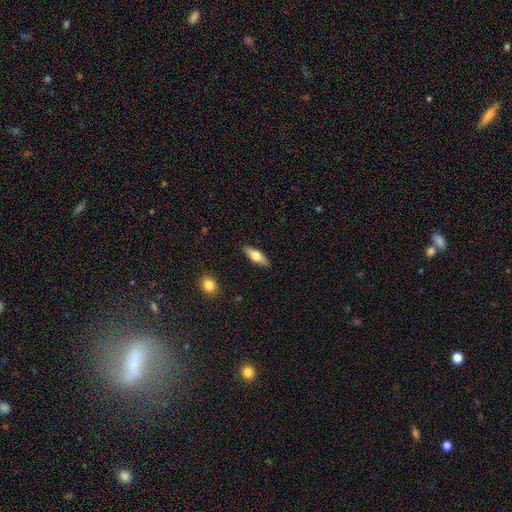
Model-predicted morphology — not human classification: This is possibly a smooth galaxy (60%). How rounded: possibly in between (55%). Merging: clearly none (88%).